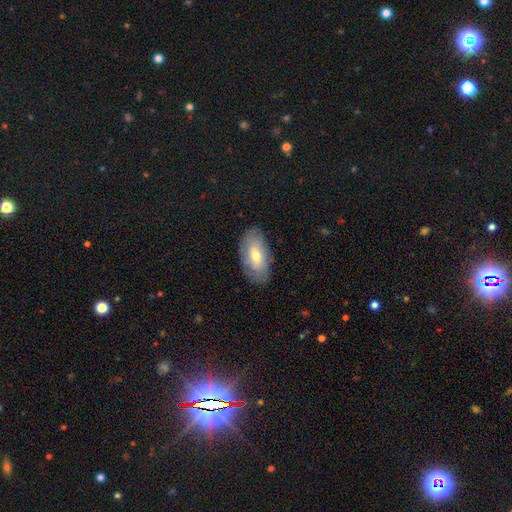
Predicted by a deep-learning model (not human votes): Smooth or featured? smooth (62%)
How rounded? in between (93%)
Merging? none (82%)